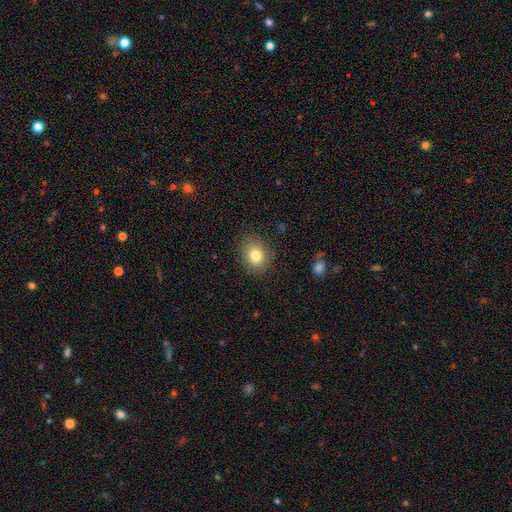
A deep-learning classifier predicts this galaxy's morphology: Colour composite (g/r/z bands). It shows a smooth galaxy with no disk features (81%) that is round (52%). Merging: none (85%).